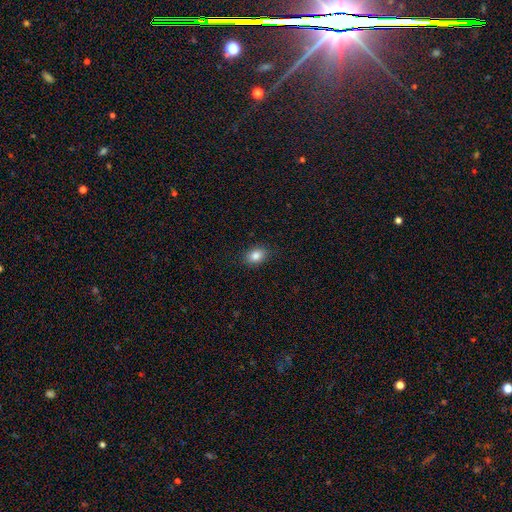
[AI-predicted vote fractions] A smooth galaxy with no disk features (85%) that is in between round and cigar-shaped (72%).

Vote fractions:
- Smooth or featured? smooth: 85% / star or artifact: 9% / featured or disk: 6%
- How rounded? in between: 72% / round: 27% / cigar-shaped: 1%
- Merging? none: 88% / minor disturbance: 9% / major disturbance: 2% / merger: 1%